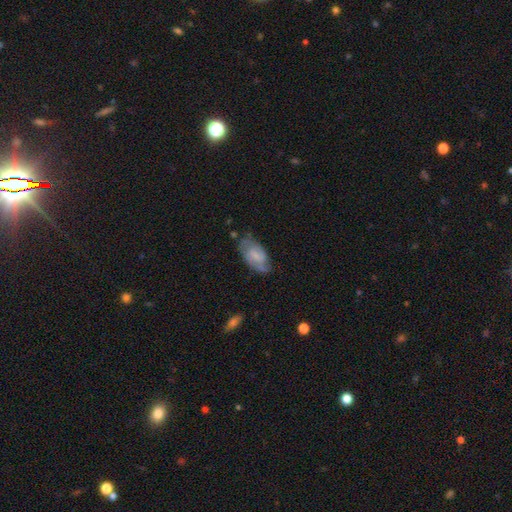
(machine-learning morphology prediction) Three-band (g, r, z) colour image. It shows a featured or disk galaxy (66%) with a weak bar (49%), 2 (72%) medium (46%) spiral arms (89%) and a small central bulge (40%). Merging: none (67%).